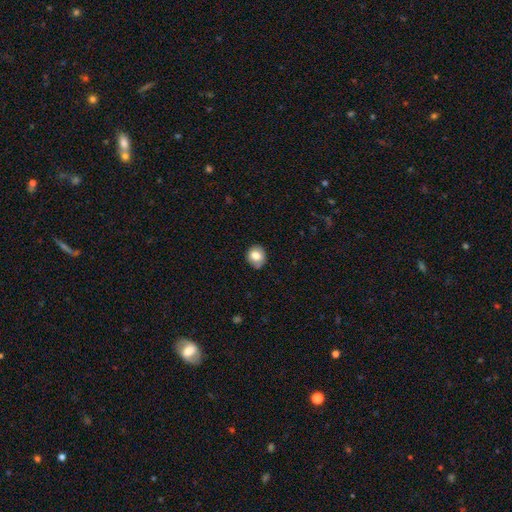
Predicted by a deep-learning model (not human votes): Overall: smooth (77%). How rounded: round (75%). Merging: none (80%).